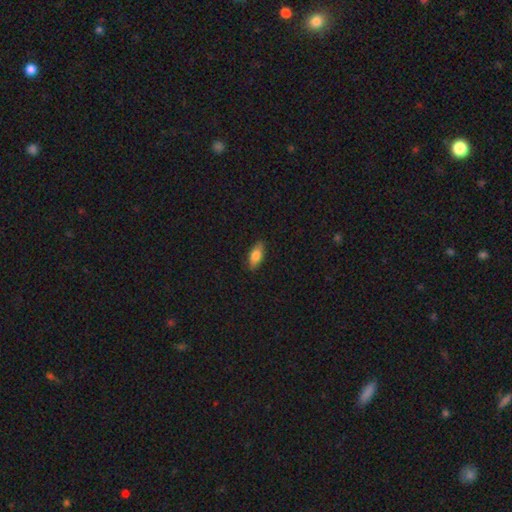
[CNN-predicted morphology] Q: Smooth or featured?
A: smooth (76%); runner-up: featured or disk (17%)
Q: How rounded?
A: in between (79%); runner-up: cigar-shaped (18%)
Q: Merging?
A: none (88%); runner-up: minor disturbance (10%)